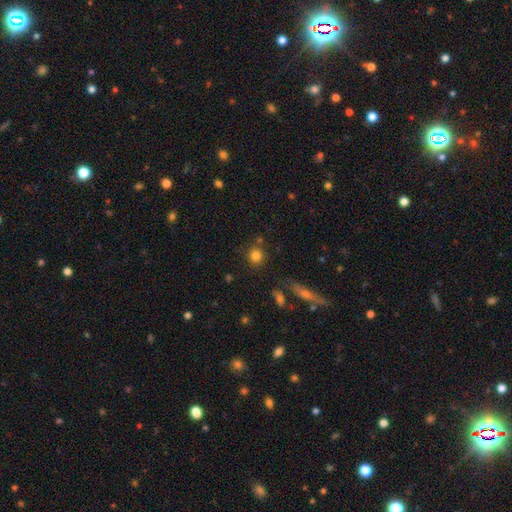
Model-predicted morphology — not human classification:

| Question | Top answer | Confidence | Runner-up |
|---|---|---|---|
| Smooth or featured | smooth | 81% | star or artifact (12%) |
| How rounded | round | 88% | in between (11%) |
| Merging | none | 80% | minor disturbance (10%) |